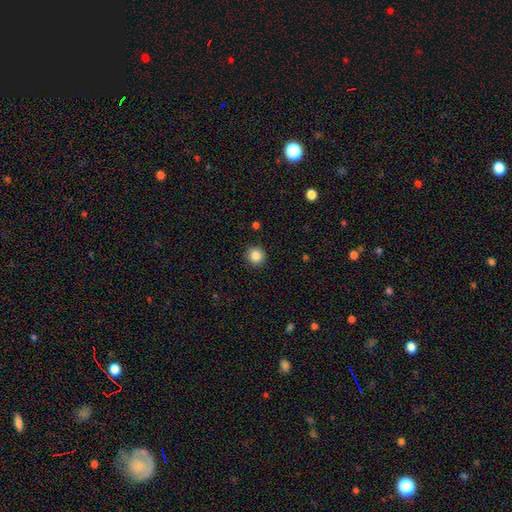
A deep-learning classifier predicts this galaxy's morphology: This appears to be a smooth galaxy with no disk features (86%) that is round (94%). Merging: none (92%).